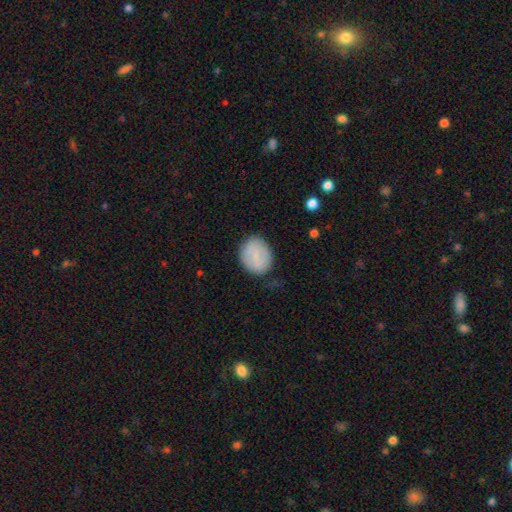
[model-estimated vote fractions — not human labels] This appears to be a smooth galaxy with no disk features (74%) that is round (65%). Merging: none (77%).